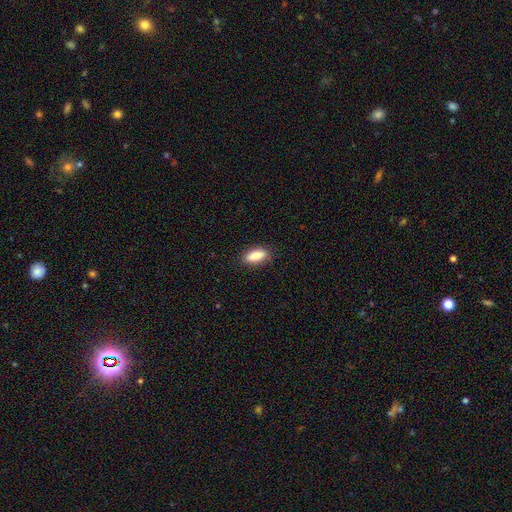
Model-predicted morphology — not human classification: Smooth or featured? Predicted: smooth (p=0.83). How rounded? Predicted: in between (p=0.72). Merging? Predicted: none (p=0.88).